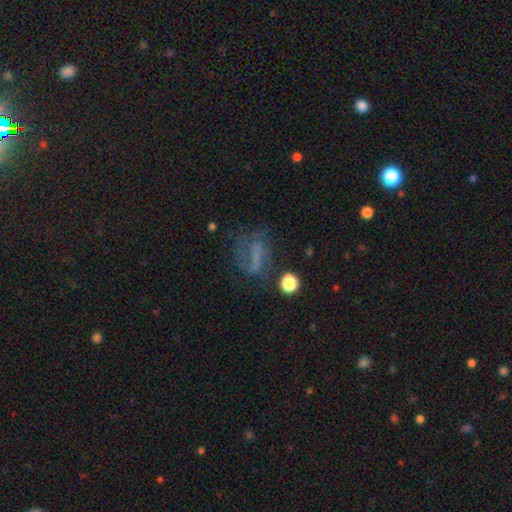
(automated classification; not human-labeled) featured or disk 43%, smooth 34%, star or artifact 23%. Down the decision tree: merging — none (47%).